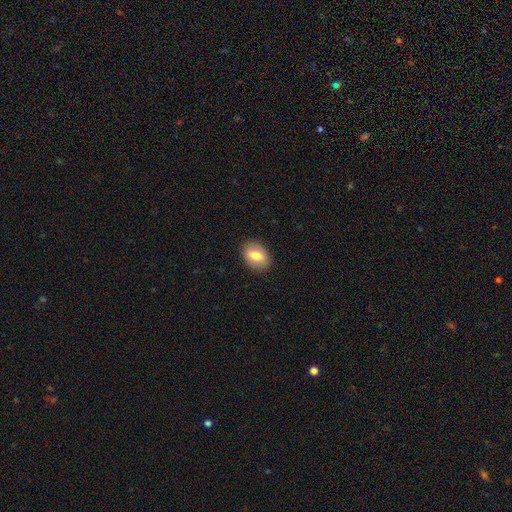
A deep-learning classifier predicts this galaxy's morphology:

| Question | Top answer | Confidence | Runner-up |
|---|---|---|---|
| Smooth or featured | smooth | 78% | featured or disk (15%) |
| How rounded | in between | 77% | round (22%) |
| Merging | none | 88% | minor disturbance (9%) |